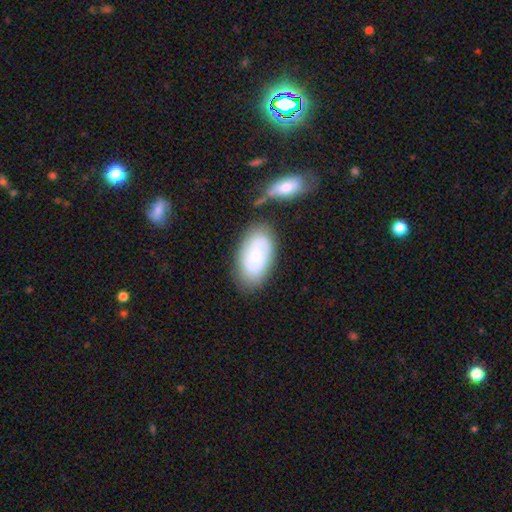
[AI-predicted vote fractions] Smooth or featured?
  - smooth: 50% *
  - featured or disk: 43%
  - star or artifact: 7%
How rounded?
  - in between: 93% *
  - round: 5%
  - cigar-shaped: 2%
Merging?
  - none: 63% *
  - minor disturbance: 18%
  - merger: 12%
  - major disturbance: 6%